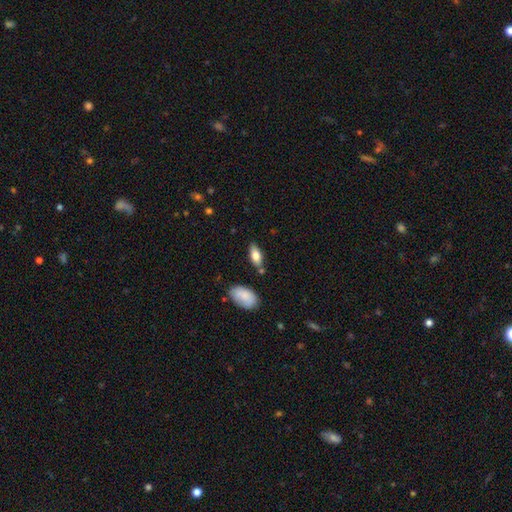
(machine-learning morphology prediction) Overall: smooth (76%). How rounded: in between (84%). Merging: none (77%).